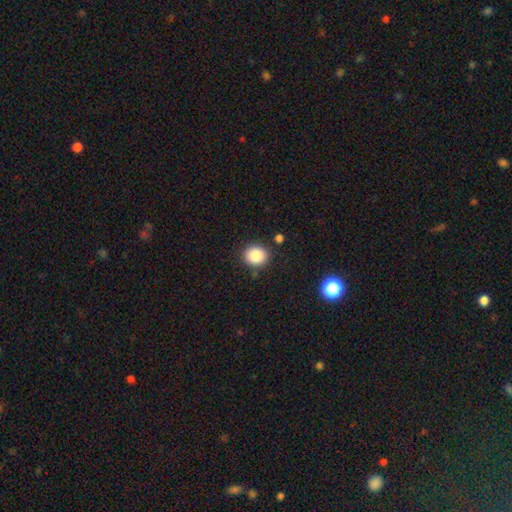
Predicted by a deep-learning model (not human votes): Overall: smooth (87%). How rounded: round (78%). Merging: none (85%).